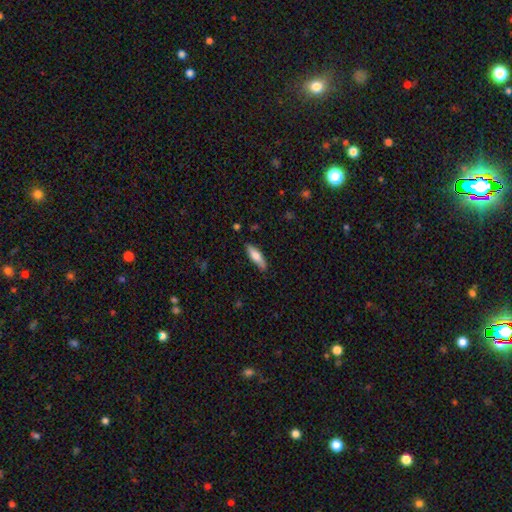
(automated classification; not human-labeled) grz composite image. It shows a smooth galaxy with no disk features (70%) that is cigar-shaped (60%). Merging: none (83%).